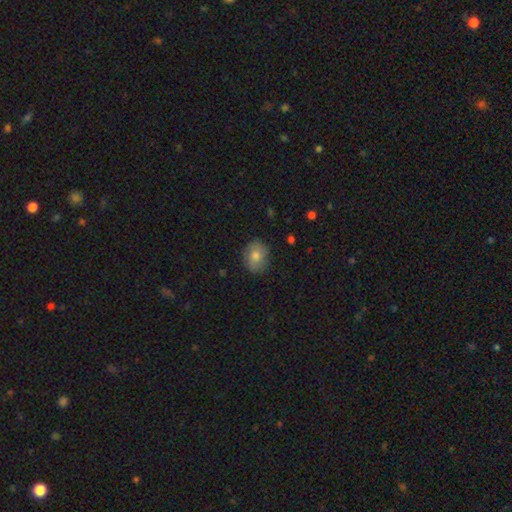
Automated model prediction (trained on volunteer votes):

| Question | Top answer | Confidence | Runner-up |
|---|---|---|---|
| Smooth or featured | smooth | 75% | featured or disk (14%) |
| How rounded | round | 59% | in between (40%) |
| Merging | none | 85% | minor disturbance (12%) |